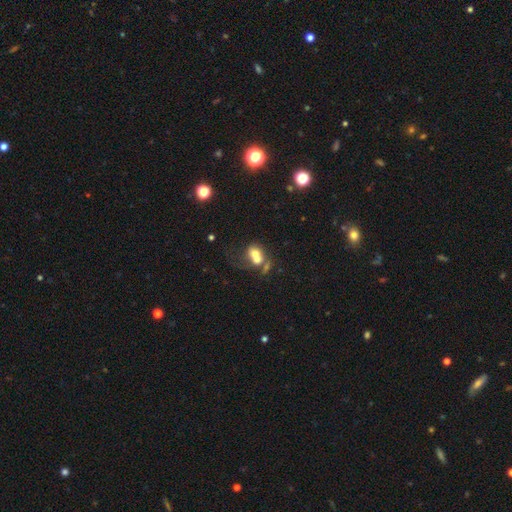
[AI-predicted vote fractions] Q: Smooth or featured?
A: smooth (59%); runner-up: featured or disk (30%)
Q: How rounded?
A: in between (56%); runner-up: round (43%)
Q: Merging?
A: merger (67%); runner-up: none (15%)